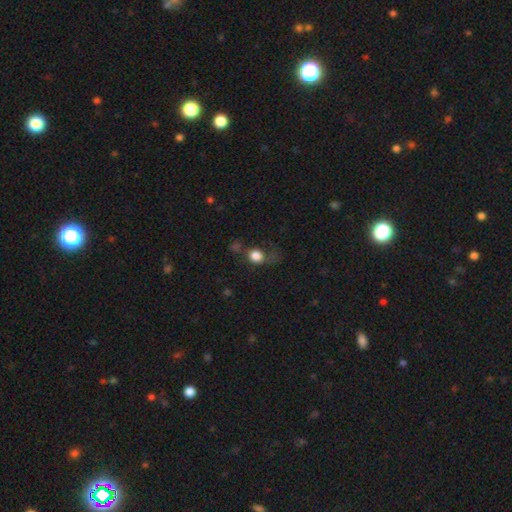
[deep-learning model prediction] Smooth or featured: smooth — 78% (star or artifact — 11%)
How rounded: round — 71% (in between — 27%)
Merging: none — 35% (major disturbance — 34%)